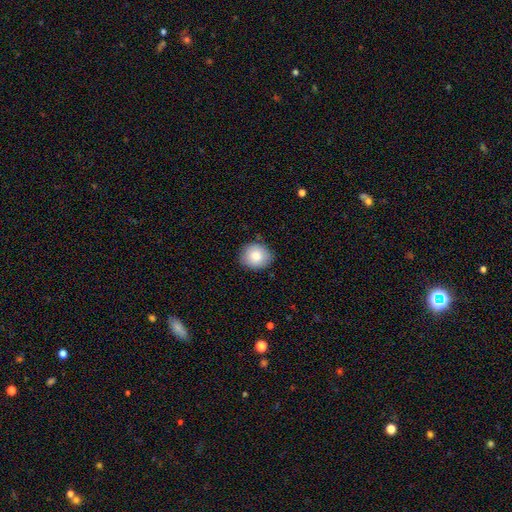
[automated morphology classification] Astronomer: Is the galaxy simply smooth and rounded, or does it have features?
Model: smooth — 83%.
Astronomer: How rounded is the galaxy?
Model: round — 73%.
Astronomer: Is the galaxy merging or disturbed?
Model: none — 83%.